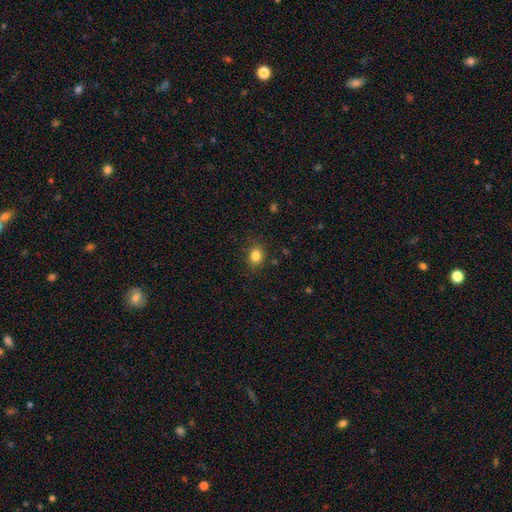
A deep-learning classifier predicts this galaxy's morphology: The model was most divided on "how rounded": round: 63%, in between: 36%, cigar-shaped: 1%. More confident: merging — none (84%); smooth or featured — smooth (83%).